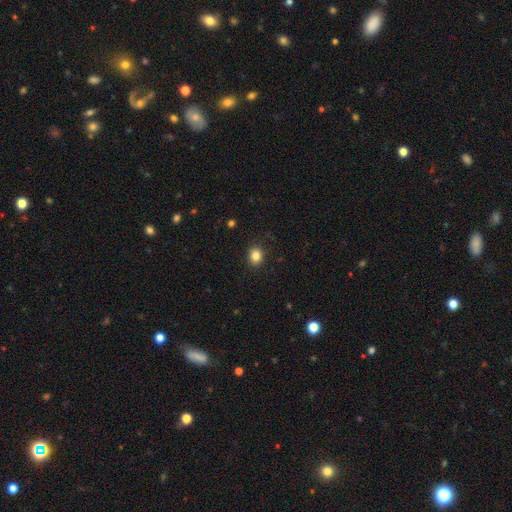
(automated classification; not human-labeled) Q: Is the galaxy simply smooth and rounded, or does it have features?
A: smooth — 84%.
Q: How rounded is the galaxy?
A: round — 55%.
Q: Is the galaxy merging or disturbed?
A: none — 89%.